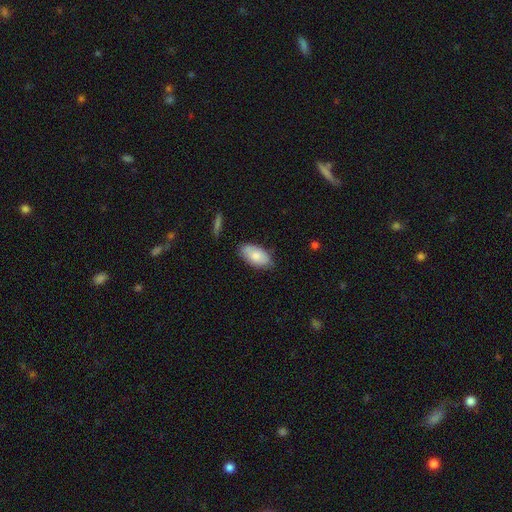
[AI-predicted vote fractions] Smooth or featured: smooth — 77% (featured or disk — 17%)
How rounded: in between — 94% (cigar-shaped — 3%)
Merging: none — 77% (minor disturbance — 18%)